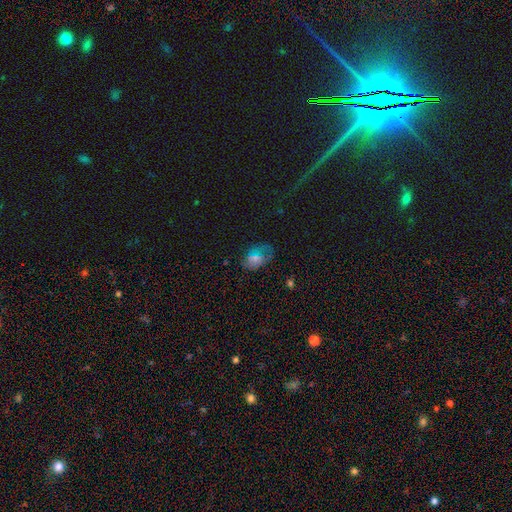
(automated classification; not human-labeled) Smooth or featured? smooth (42%)
Merging? none (59%)